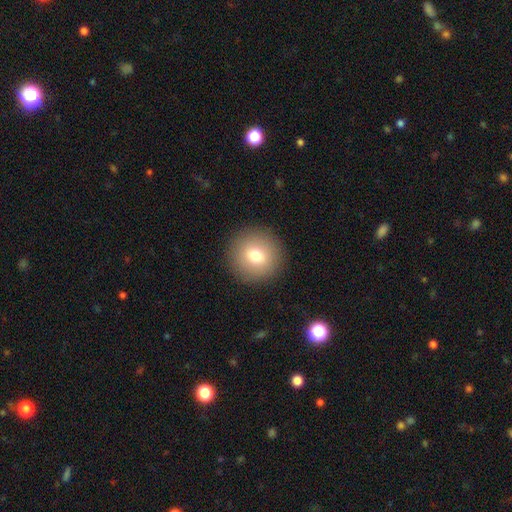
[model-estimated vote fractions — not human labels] Smooth or featured? smooth (75%)
How rounded? round (94%)
Merging? none (91%)